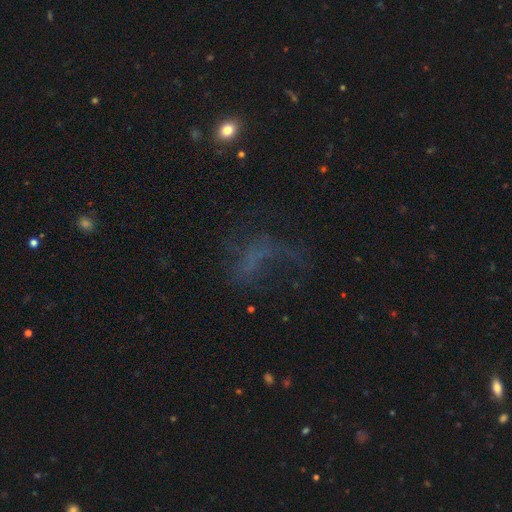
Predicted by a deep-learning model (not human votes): Smooth or featured? Predicted: featured or disk (p=0.37). Merging? Predicted: major disturbance (p=0.44).